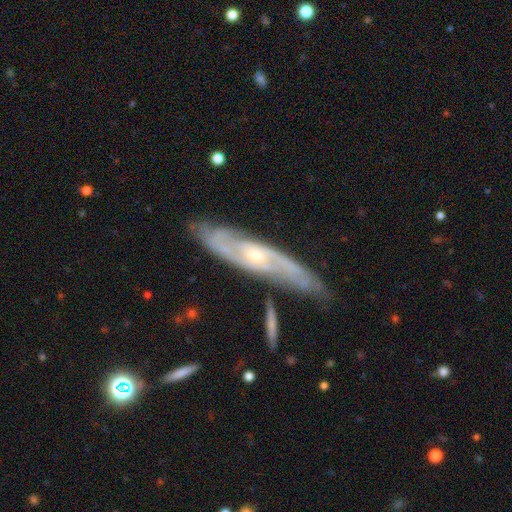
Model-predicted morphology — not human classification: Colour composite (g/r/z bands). It shows a featured or disk galaxy (83%) with no bar (58%), 2 (53%) tight (47%) spiral arms (94%) and a small central bulge (65%). Merging: none (74%).